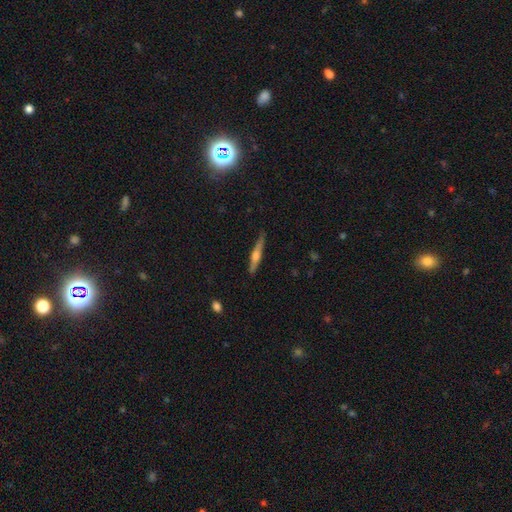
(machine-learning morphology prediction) This is likely a featured or disk galaxy (62%). It is clearly viewed edge-on (97%). Edge-on bulge: clearly rounded (84%). Merging: clearly none (84%).